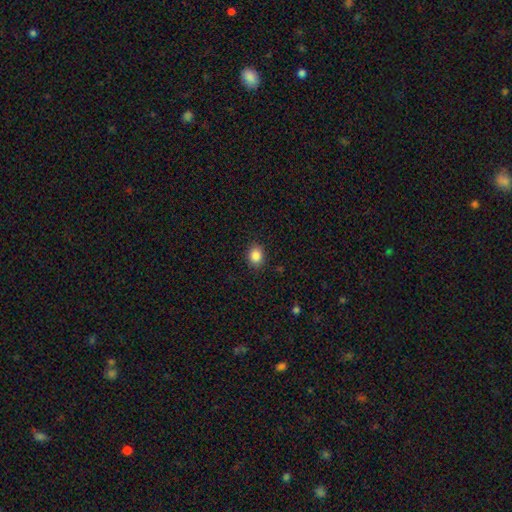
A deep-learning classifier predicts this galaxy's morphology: A smooth galaxy with no disk features (86%) that is round (56%). Merging: none (88%).